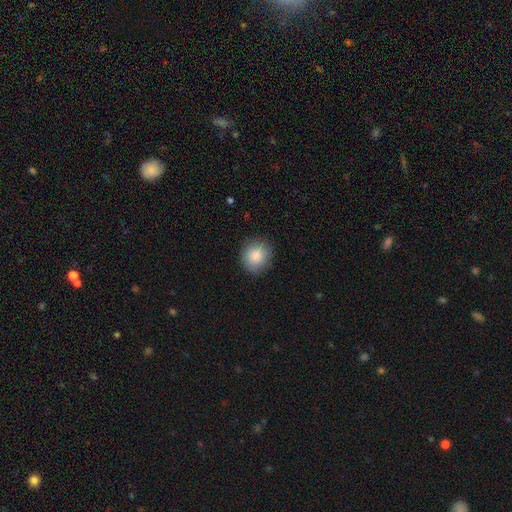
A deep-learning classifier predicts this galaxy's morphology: Smooth or featured: smooth — 86% (star or artifact — 8%)
How rounded: round — 84% (in between — 15%)
Merging: none — 87% (minor disturbance — 9%)